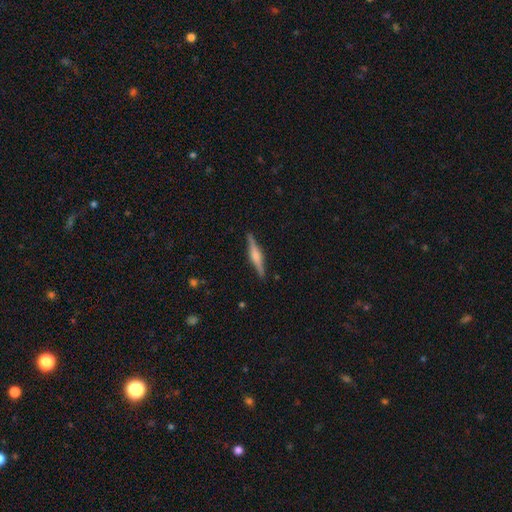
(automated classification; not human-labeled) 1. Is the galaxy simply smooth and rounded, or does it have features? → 68% featured or disk, 26% smooth, 6% star or artifact.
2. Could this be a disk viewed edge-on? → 98% yes, 2% no.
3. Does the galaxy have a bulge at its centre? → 70% rounded, 22% boxy, 8% none.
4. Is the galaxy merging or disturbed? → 90% none, 7% minor disturbance, 2% major disturbance, 1% merger.